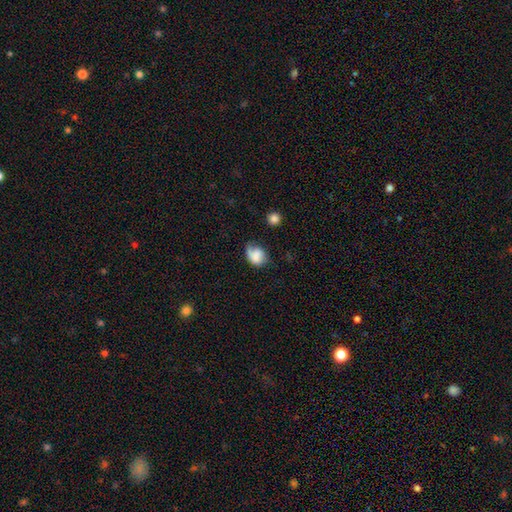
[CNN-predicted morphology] Smooth or featured: smooth — 76% (featured or disk — 16%)
How rounded: in between — 63% (round — 36%)
Merging: none — 44% (minor disturbance — 36%)